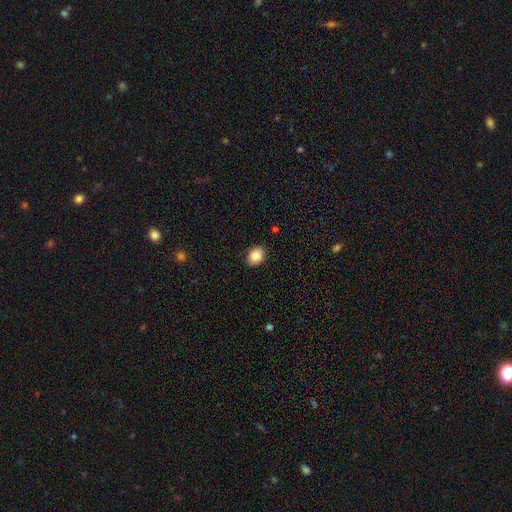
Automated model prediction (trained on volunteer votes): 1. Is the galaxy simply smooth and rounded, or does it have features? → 88% smooth, 8% star or artifact, 4% featured or disk.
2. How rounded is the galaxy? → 58% in between, 41% round, 1% cigar-shaped.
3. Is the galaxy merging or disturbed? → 88% none, 9% minor disturbance, 2% major disturbance, 1% merger.